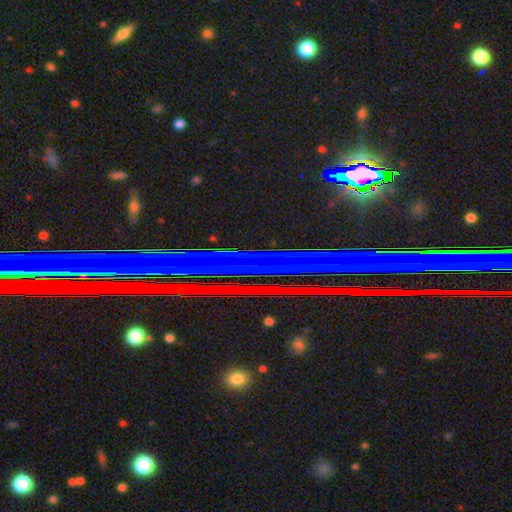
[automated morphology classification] Smooth or featured?
  - star or artifact: 78% *
  - featured or disk: 11%
  - smooth: 10%